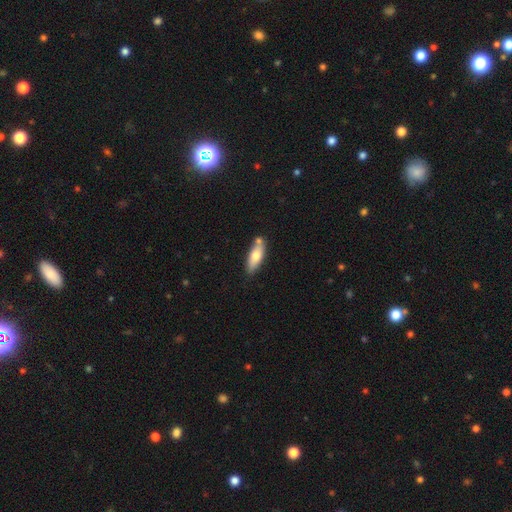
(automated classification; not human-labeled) Smooth or featured? smooth (67%)
How rounded? in between (63%)
Merging? none (69%)